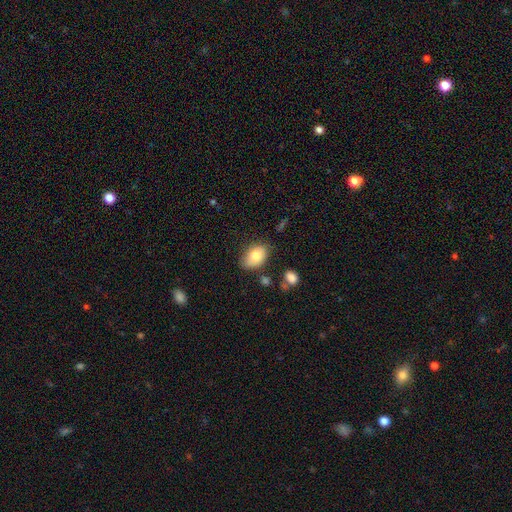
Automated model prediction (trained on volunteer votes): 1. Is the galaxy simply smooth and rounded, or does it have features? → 80% smooth, 13% featured or disk, 7% star or artifact.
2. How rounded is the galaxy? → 88% in between, 11% round, 1% cigar-shaped.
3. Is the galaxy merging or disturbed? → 67% none, 23% minor disturbance, 5% major disturbance, 4% merger.